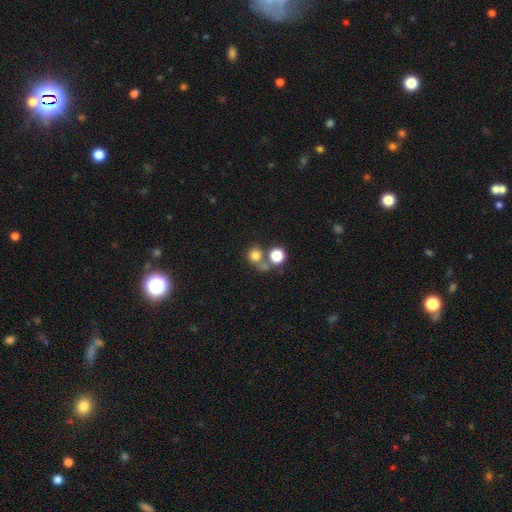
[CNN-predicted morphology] Smooth or featured?
  - smooth: 75% *
  - star or artifact: 16%
  - featured or disk: 10%
How rounded?
  - round: 84% *
  - in between: 15%
  - cigar-shaped: 1%
Merging?
  - none: 51% *
  - merger: 34%
  - minor disturbance: 9%
  - major disturbance: 6%